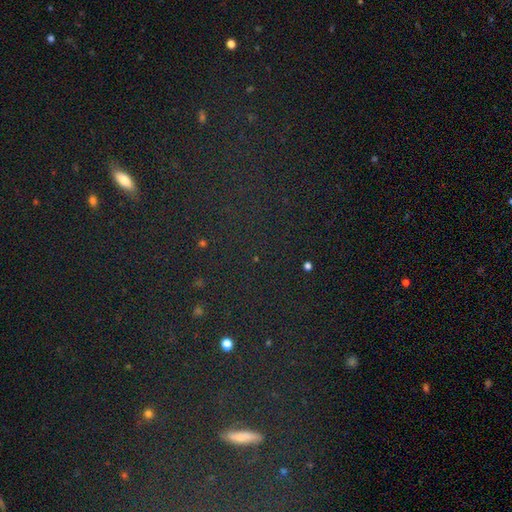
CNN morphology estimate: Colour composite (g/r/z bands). It shows a star or artifact, not a galaxy (75%).